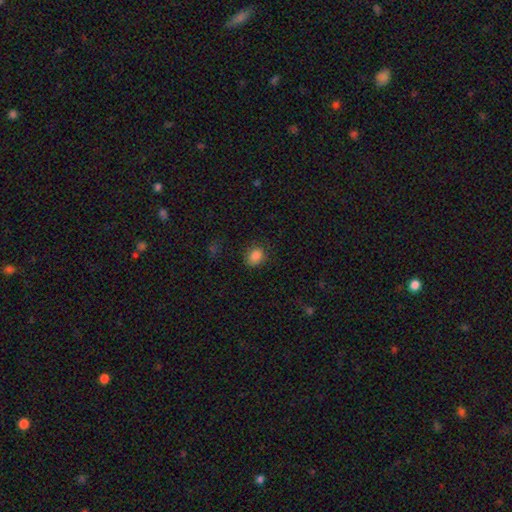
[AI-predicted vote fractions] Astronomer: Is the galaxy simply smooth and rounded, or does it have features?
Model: smooth — 84%.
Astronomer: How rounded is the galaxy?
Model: in between — 50% (runner-up: round, 48%).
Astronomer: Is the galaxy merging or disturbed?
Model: none — 82%.